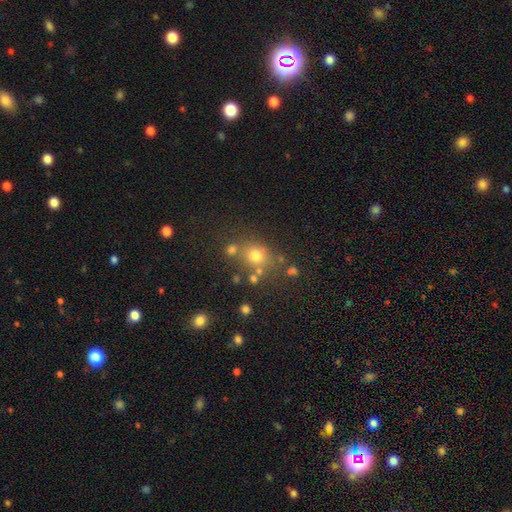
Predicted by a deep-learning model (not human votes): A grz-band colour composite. It shows a smooth galaxy with no disk features (66%) that is round (76%). Merging: none (65%).